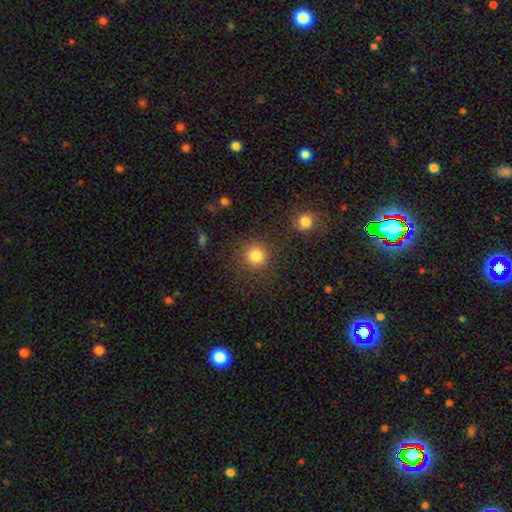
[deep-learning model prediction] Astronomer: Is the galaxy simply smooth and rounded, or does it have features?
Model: smooth — 84%.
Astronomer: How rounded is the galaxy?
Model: round — 92%.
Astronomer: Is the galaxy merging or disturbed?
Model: none — 83%.